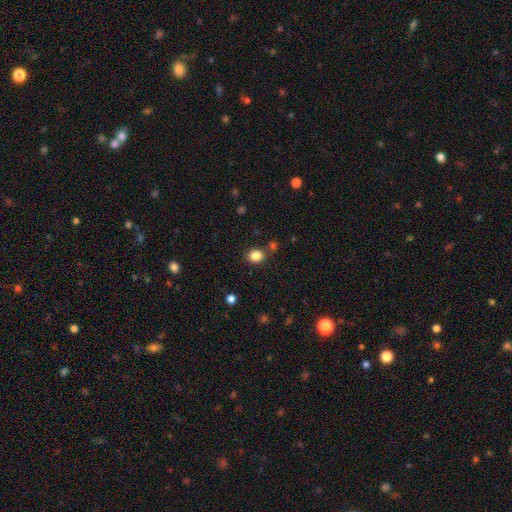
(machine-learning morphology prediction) smooth-or-featured: smooth: 84% | star or artifact: 11% | featured or disk: 5%
  how-rounded: round: 52% | in between: 47% | cigar-shaped: 1%
  merging: none: 79% | minor disturbance: 11% | merger: 8% | major disturbance: 3%